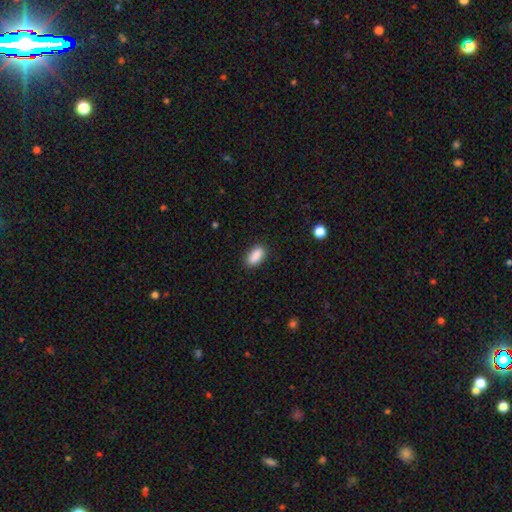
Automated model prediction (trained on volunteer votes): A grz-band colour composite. It shows a smooth galaxy with no disk features (89%) that is in between round and cigar-shaped (88%). Merging: none (86%).